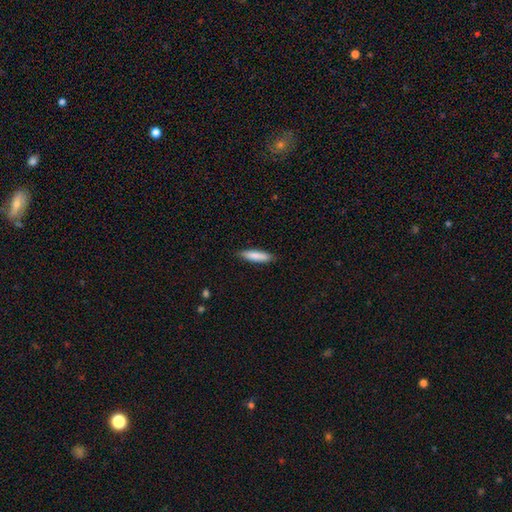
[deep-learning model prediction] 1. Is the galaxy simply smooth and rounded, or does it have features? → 84% smooth, 11% featured or disk, 6% star or artifact.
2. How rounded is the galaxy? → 75% cigar-shaped, 23% in between, 1% round.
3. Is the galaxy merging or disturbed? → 87% none, 10% minor disturbance, 2% major disturbance, 1% merger.